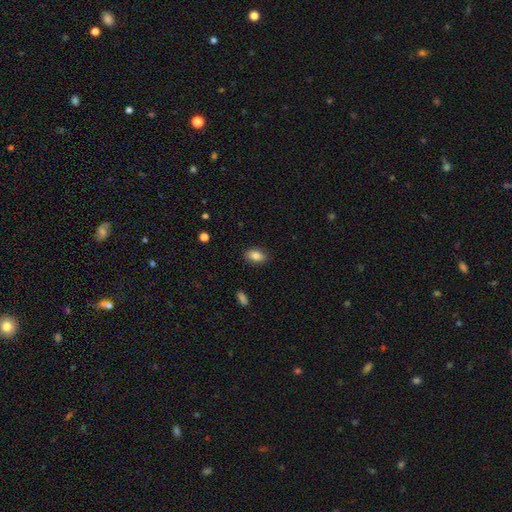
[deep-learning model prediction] This is clearly a smooth galaxy (85%). How rounded: clearly in between (88%). Merging: clearly none (87%).